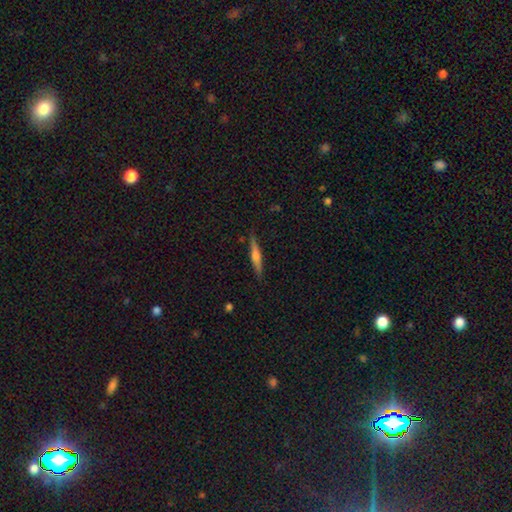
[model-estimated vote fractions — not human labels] This is possibly a featured or disk galaxy (47%, tied with smooth). Merging: clearly none (87%).